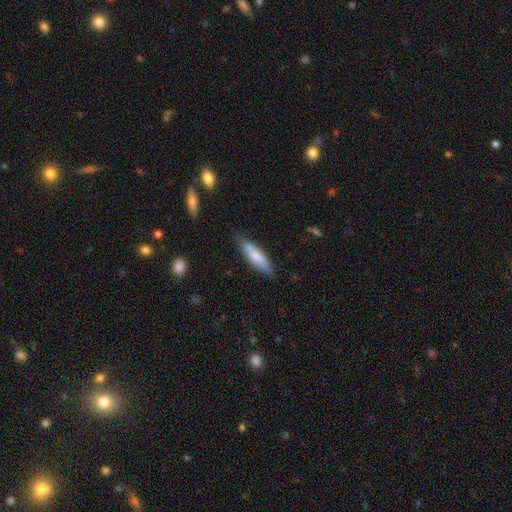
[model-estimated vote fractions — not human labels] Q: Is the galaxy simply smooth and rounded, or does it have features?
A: smooth — 73%.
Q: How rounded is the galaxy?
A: cigar-shaped — 74%.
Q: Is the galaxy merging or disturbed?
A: none — 78%.